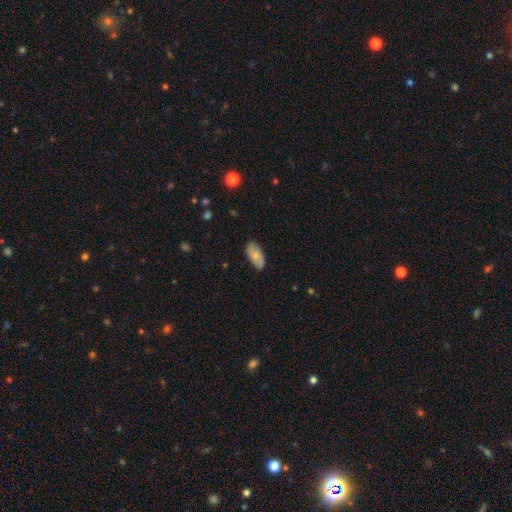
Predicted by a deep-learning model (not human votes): Smooth or featured? Predicted: smooth (p=0.75). How rounded? Predicted: in between (p=0.93). Merging? Predicted: none (p=0.81).